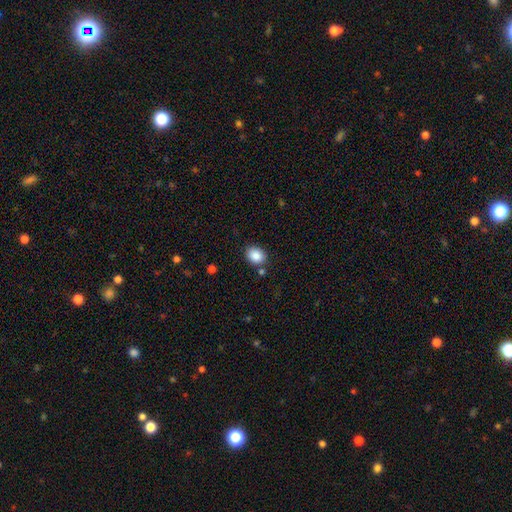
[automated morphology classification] Smooth or featured? Predicted: smooth (p=0.87). How rounded? Predicted: round (p=0.50). Merging? Predicted: none (p=0.82).